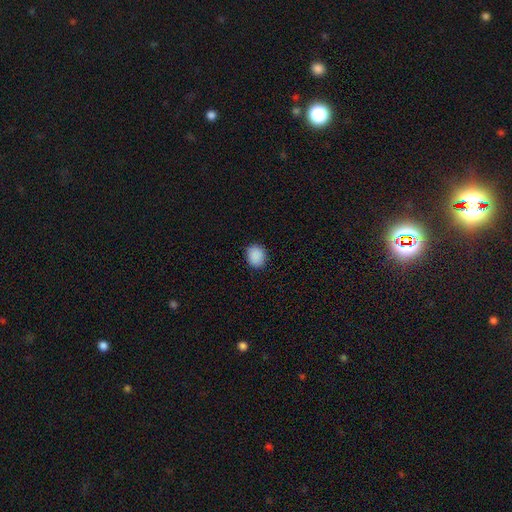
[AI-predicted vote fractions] Smooth or featured? Predicted: smooth (p=0.89). How rounded? Predicted: round (p=0.64). Merging? Predicted: none (p=0.87).